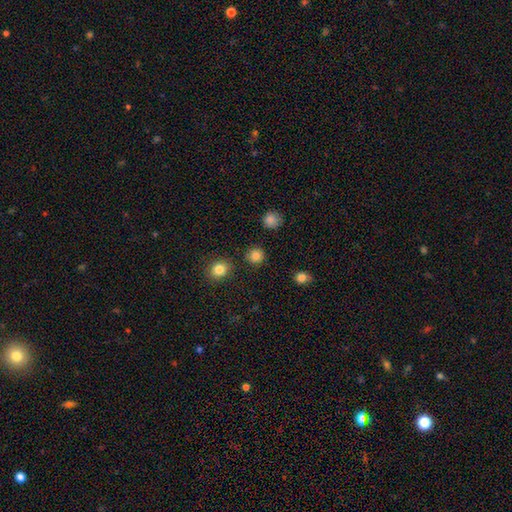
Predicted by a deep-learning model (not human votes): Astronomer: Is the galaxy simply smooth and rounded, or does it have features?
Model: smooth — 84%.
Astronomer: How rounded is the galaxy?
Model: round — 92%.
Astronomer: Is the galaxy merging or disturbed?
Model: none — 89%.